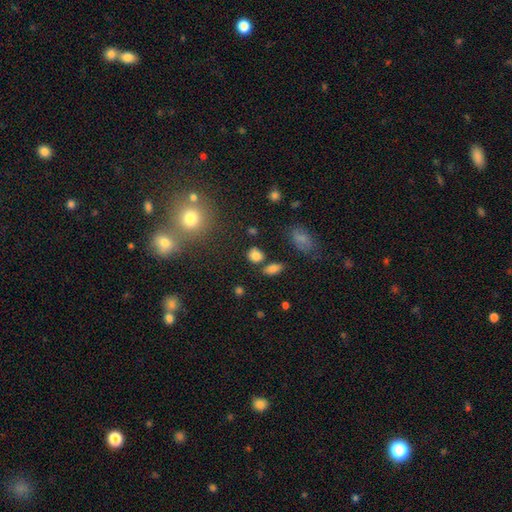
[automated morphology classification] Smooth or featured? smooth (81%)
How rounded? round (60%)
Merging? none (74%)